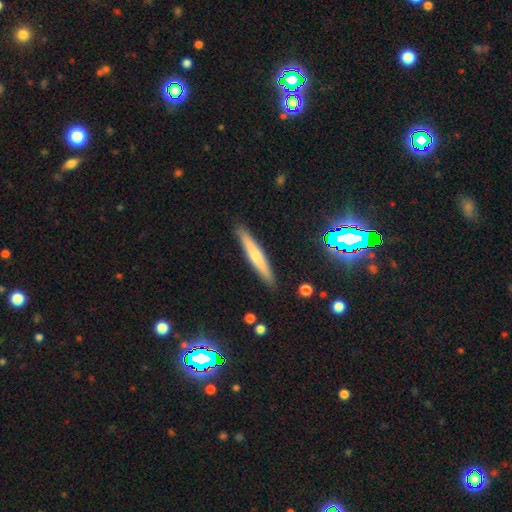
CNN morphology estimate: Overall: smooth (53%; featured or disk 40%). How rounded: cigar-shaped (94%). Merging: none (91%).